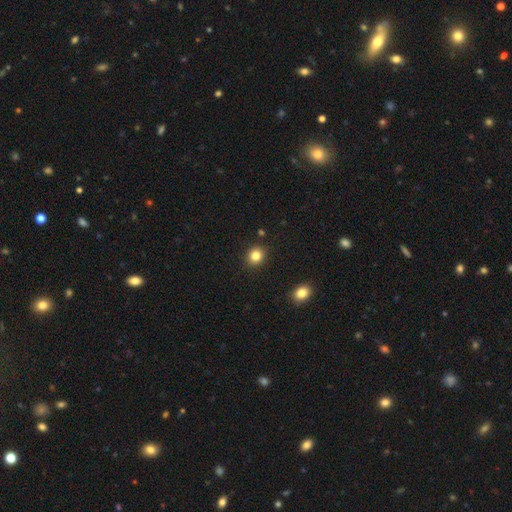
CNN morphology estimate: A smooth galaxy with no disk features (83%) that is round (77%).

Vote fractions:
- Smooth or featured? smooth: 83% / star or artifact: 12% / featured or disk: 6%
- How rounded? round: 77% / in between: 22% / cigar-shaped: 1%
- Merging? none: 90% / minor disturbance: 6% / major disturbance: 2% / merger: 2%